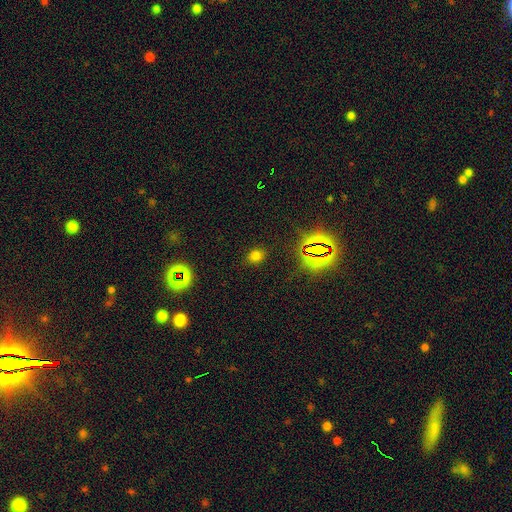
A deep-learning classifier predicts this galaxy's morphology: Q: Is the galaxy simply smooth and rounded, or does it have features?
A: smooth — 67%.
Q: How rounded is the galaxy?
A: round — 58%.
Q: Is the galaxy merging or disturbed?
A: none — 86%.